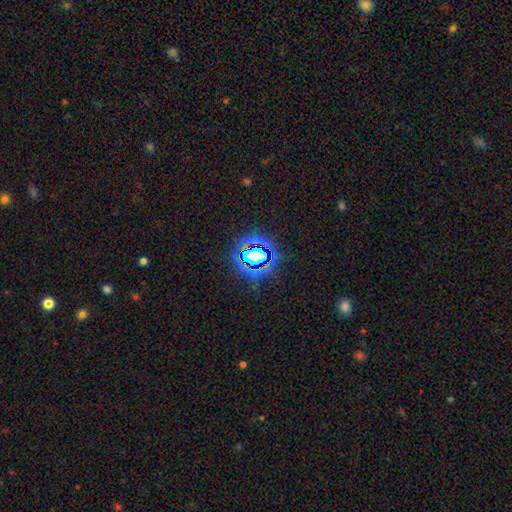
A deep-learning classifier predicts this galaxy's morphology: A star or artifact, not a galaxy (71%).

Vote fractions:
- Smooth or featured? star or artifact: 71% / smooth: 18% / featured or disk: 11%